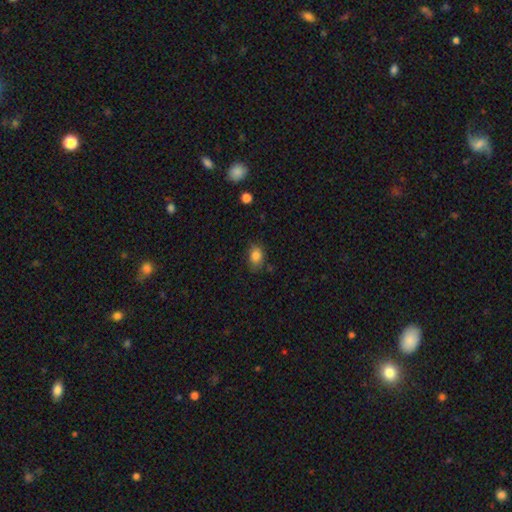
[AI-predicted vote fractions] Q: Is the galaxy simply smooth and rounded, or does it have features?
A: smooth — 84%.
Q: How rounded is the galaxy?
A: in between — 77%.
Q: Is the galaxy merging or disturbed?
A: none — 77%.